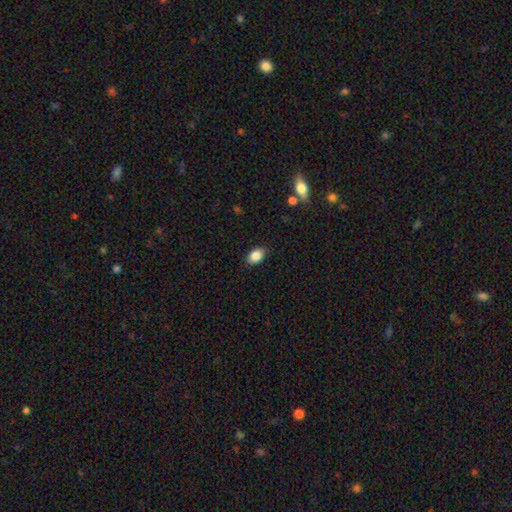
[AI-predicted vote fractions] smooth 86%, star or artifact 8%, featured or disk 6%. Down the decision tree: how rounded — in between (86%); merging — none (85%).